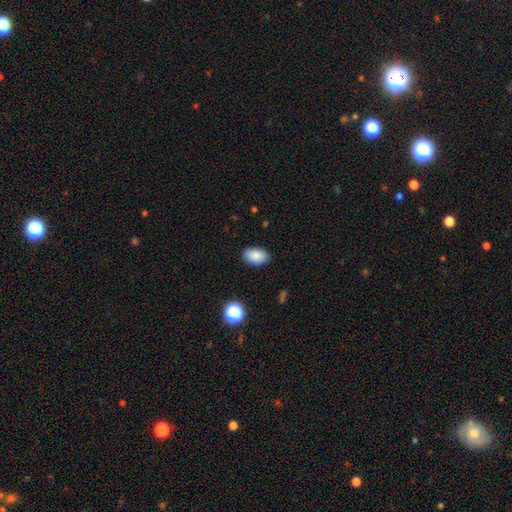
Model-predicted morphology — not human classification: Smooth or featured? smooth (87%)
How rounded? in between (91%)
Merging? none (87%)